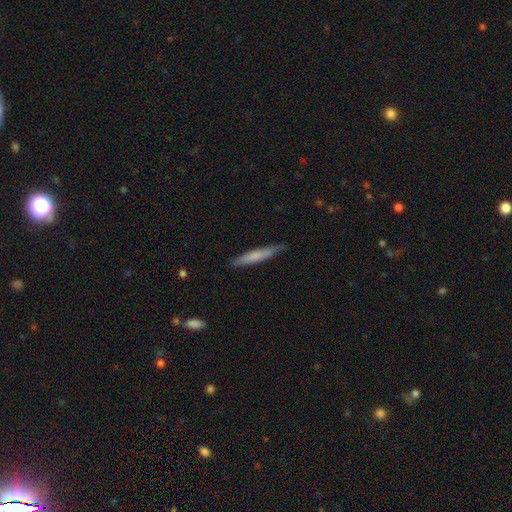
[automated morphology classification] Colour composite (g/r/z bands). It shows a smooth galaxy with no disk features (66%) that is cigar-shaped (94%). Merging: none (84%).